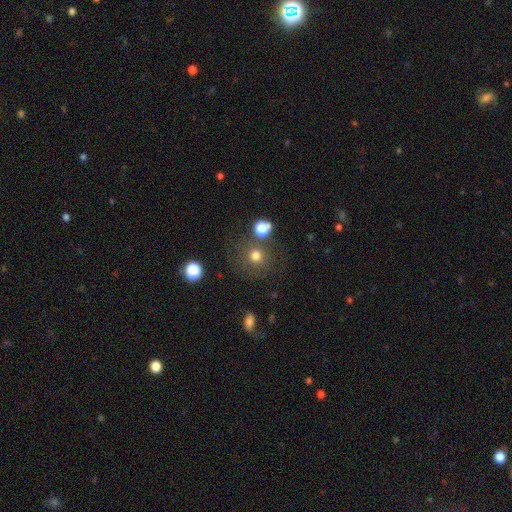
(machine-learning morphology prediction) A smooth galaxy with no disk features (74%) that is round (90%).

Vote fractions:
- Smooth or featured? smooth: 74% / star or artifact: 18% / featured or disk: 8%
- How rounded? round: 90% / in between: 9% / cigar-shaped: 1%
- Merging? none: 74% / minor disturbance: 11% / merger: 9% / major disturbance: 6%